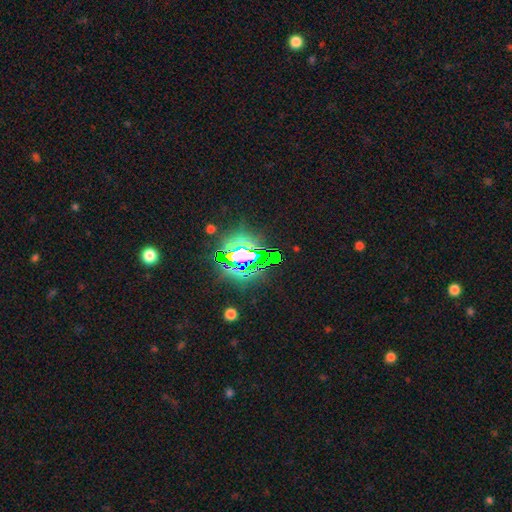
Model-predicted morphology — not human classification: Q: Smooth or featured?
A: star or artifact (81%); runner-up: smooth (10%)